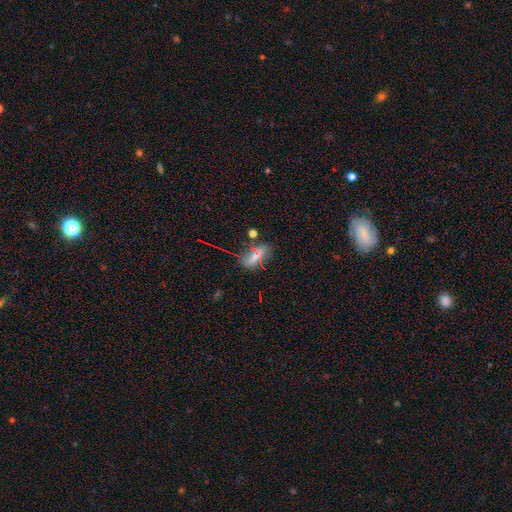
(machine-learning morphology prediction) smooth_or_featured: smooth (p=0.56) [alt: star or artifact p=0.27]
how_rounded: in between (p=0.73) [alt: cigar-shaped p=0.17]
merging: none (p=0.64) [alt: minor disturbance p=0.19]